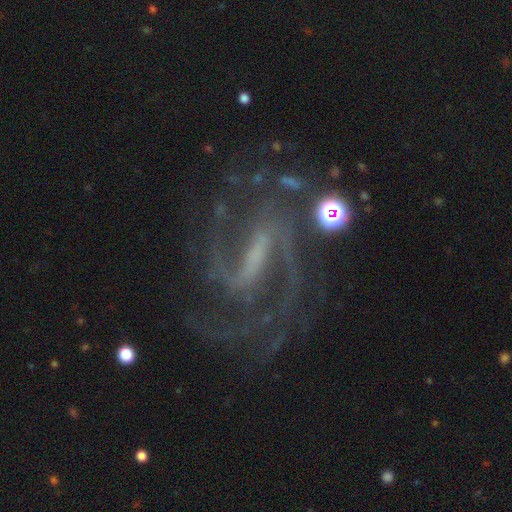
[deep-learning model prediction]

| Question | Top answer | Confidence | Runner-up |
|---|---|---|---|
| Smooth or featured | featured or disk | 90% | star or artifact (7%) |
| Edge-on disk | no | 96% | yes (4%) |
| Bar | strong | 58% | weak (32%) |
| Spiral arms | yes | 97% | no (3%) |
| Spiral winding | medium | 53% | tight (32%) |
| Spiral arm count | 2 | 66% | can't tell (11%) |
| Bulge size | small | 42% | none (38%) |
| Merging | none | 70% | minor disturbance (15%) |